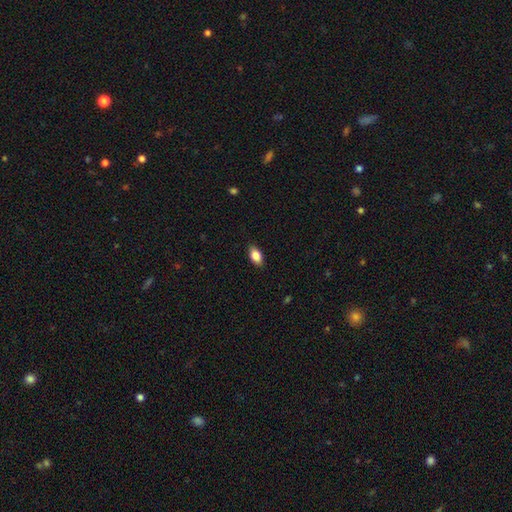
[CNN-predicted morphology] Smooth or featured? smooth (86%)
How rounded? in between (91%)
Merging? none (87%)